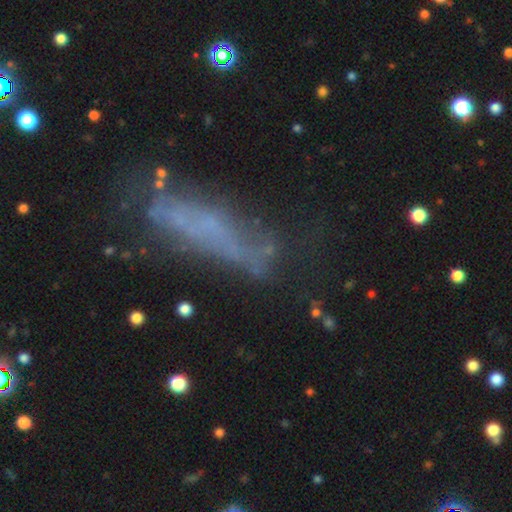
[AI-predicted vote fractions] A featured or disk galaxy (43%).

Vote fractions:
- Smooth or featured? featured or disk: 43% / smooth: 40% / star or artifact: 18%
- Merging? none: 52% / minor disturbance: 21% / major disturbance: 19% / merger: 8%